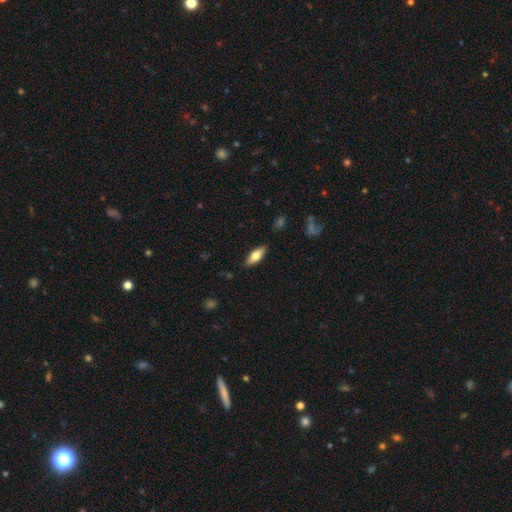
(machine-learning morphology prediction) Overall: smooth (61%; featured or disk 33%). How rounded: in between (69%). Merging: none (85%).